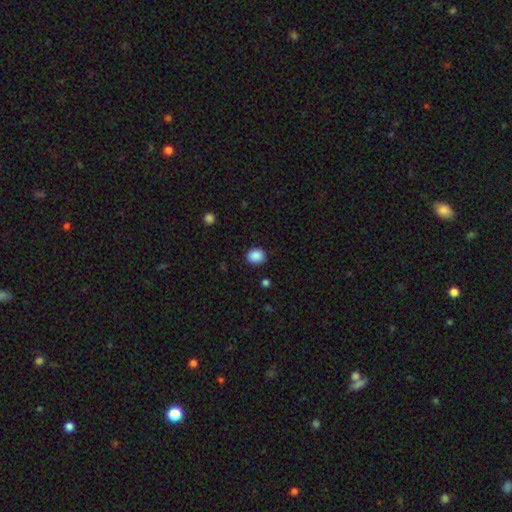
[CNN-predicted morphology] Smooth or featured? Predicted: smooth (p=0.88). How rounded? Predicted: round (p=0.66). Merging? Predicted: none (p=0.88).